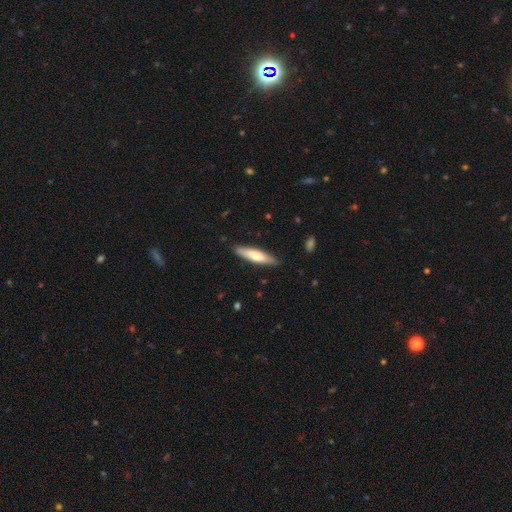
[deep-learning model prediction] Morphology: type=smooth (64%); roundness=cigar-shaped (78%); merging=none (86%).